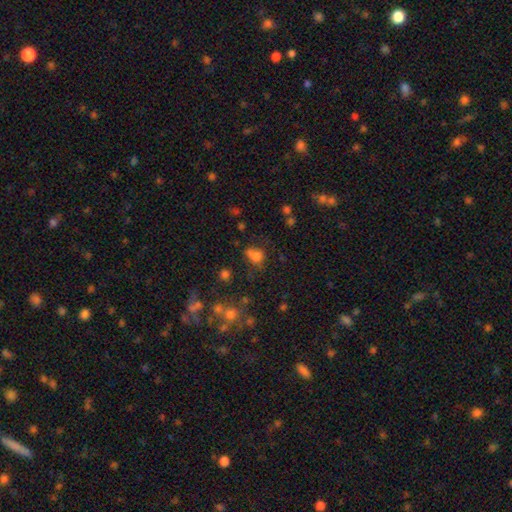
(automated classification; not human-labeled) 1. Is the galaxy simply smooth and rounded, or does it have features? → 70% smooth, 19% star or artifact, 11% featured or disk.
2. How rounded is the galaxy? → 52% round, 46% in between, 2% cigar-shaped.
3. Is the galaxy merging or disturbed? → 40% none, 26% merger, 20% minor disturbance, 14% major disturbance.